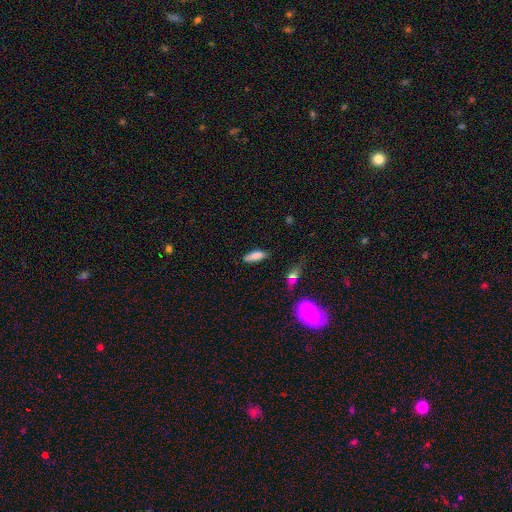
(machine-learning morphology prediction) Smooth or featured? smooth (78%)
How rounded? in between (56%)
Merging? none (76%)